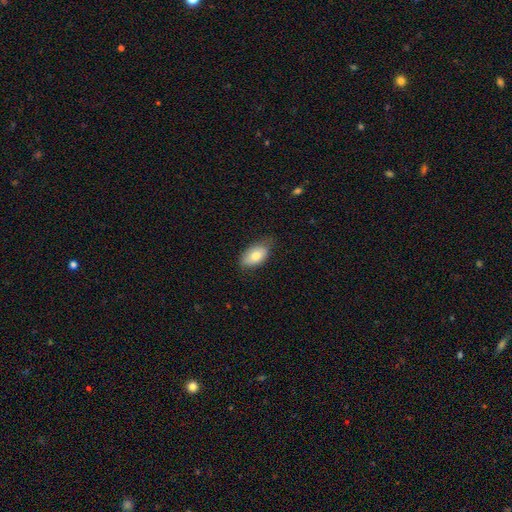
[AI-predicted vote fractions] Smooth or featured? smooth (78%)
How rounded? in between (93%)
Merging? none (73%)